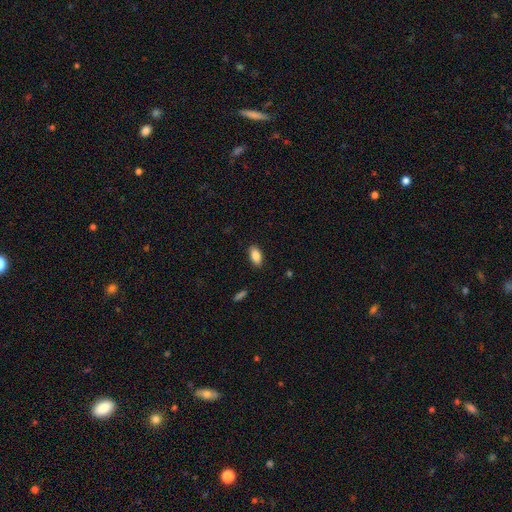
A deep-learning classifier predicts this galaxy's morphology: smooth-or-featured: smooth: 87% | star or artifact: 7% | featured or disk: 6%
  how-rounded: in between: 92% | cigar-shaped: 5% | round: 3%
  merging: none: 88% | minor disturbance: 9% | major disturbance: 2% | merger: 1%